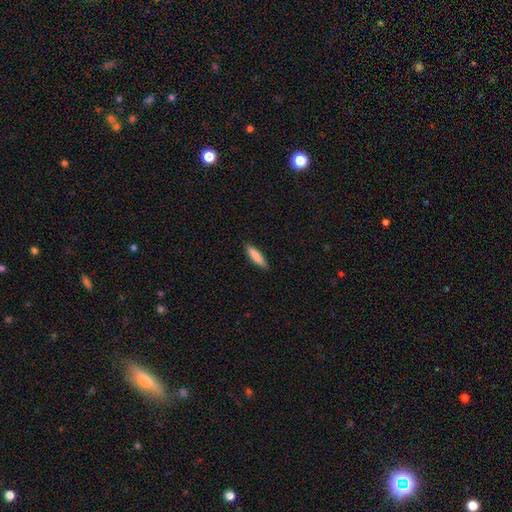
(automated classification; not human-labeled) This is clearly a smooth galaxy (85%). How rounded: likely cigar-shaped (74%). Merging: clearly none (87%).